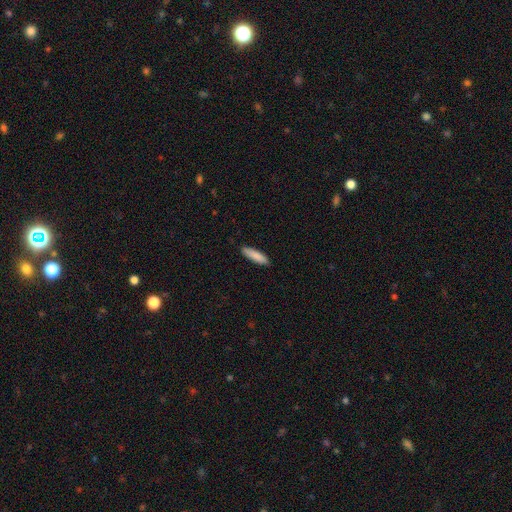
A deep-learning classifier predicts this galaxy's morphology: Smooth or featured? smooth (88%)
How rounded? cigar-shaped (71%)
Merging? none (88%)